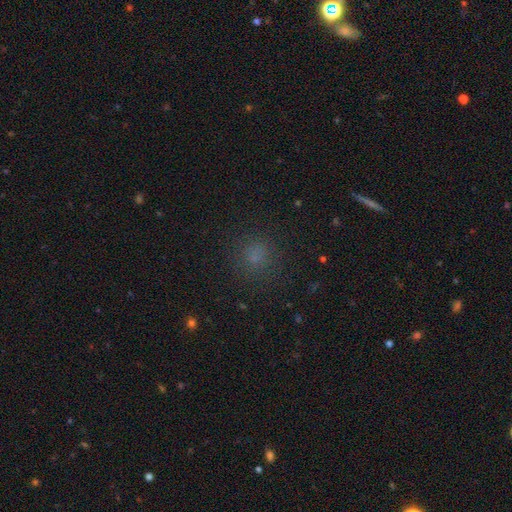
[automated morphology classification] Smooth or featured? smooth (69%)
How rounded? round (90%)
Merging? none (85%)